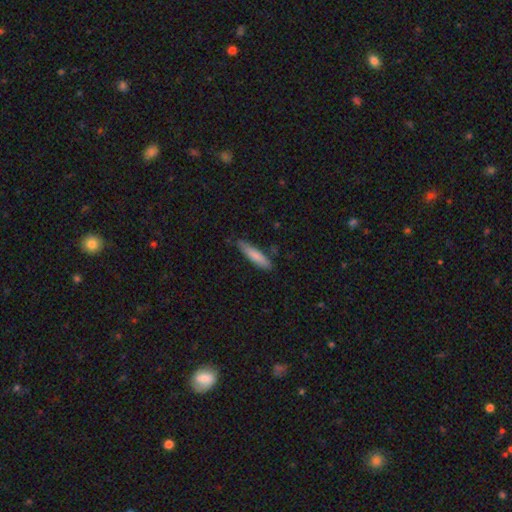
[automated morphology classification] This appears to be a smooth galaxy with no disk features (80%) that is cigar-shaped (81%). Merging: none (79%).